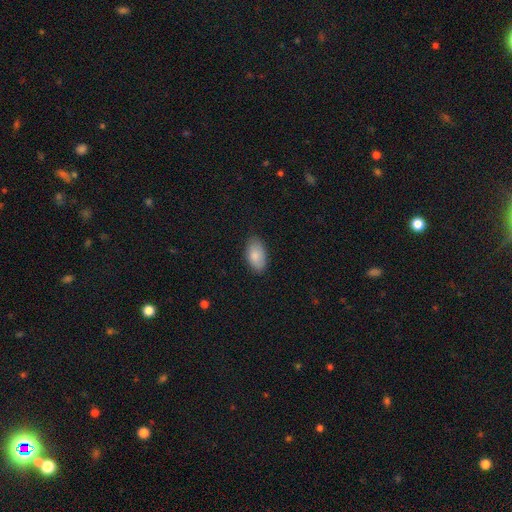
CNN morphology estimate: Overall: smooth (84%). How rounded: in between (94%). Merging: none (81%).